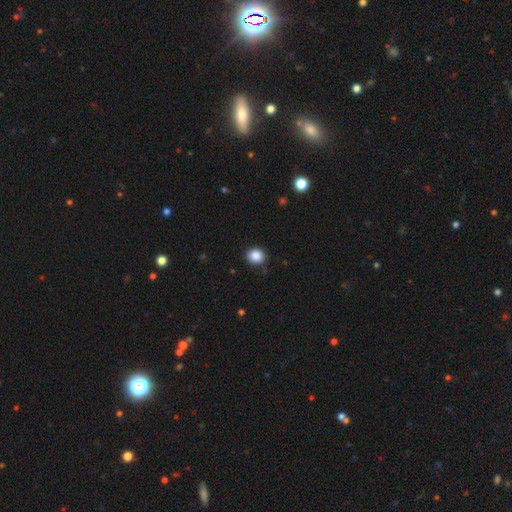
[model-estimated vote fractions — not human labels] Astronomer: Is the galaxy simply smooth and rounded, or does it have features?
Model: smooth — 87%.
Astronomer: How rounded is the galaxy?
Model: round — 76%.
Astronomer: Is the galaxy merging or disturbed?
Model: none — 88%.